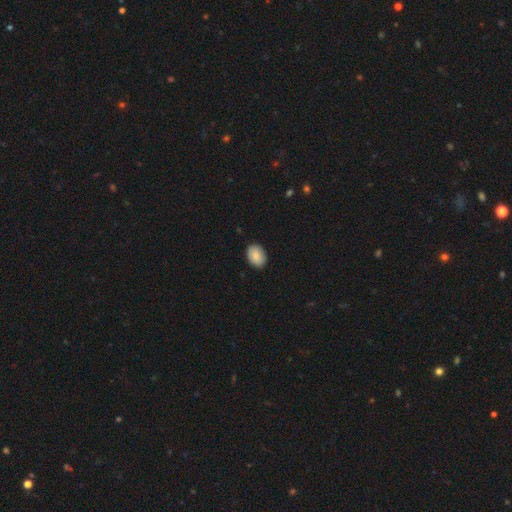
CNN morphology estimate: Q: Smooth or featured?
A: smooth (86%); runner-up: featured or disk (7%)
Q: How rounded?
A: in between (79%); runner-up: round (20%)
Q: Merging?
A: none (89%); runner-up: minor disturbance (8%)